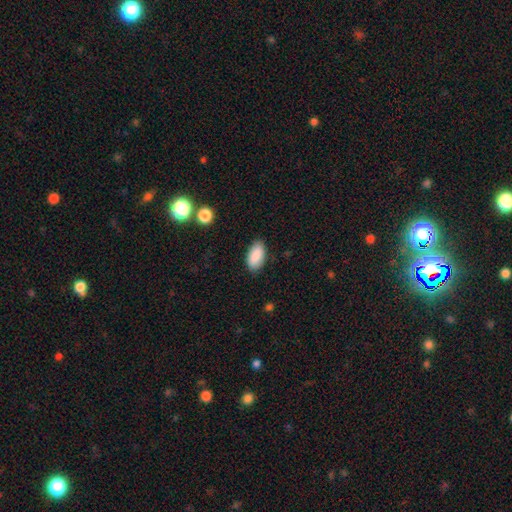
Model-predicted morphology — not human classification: smooth_or_featured: smooth (p=0.89) [alt: star or artifact p=0.07]
how_rounded: in between (p=0.94) [alt: cigar-shaped p=0.04]
merging: none (p=0.85) [alt: minor disturbance p=0.11]